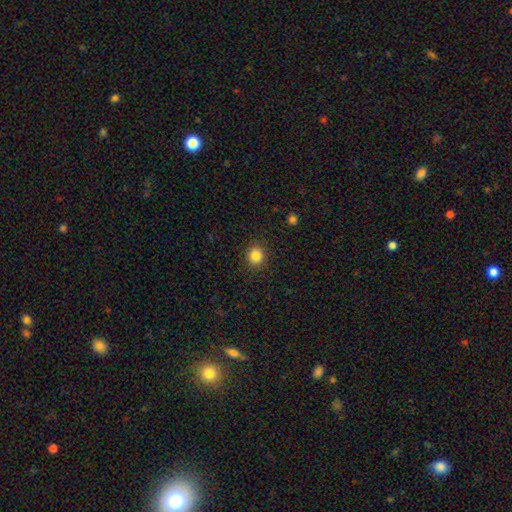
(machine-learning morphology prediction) Overall: smooth (84%). How rounded: round (81%). Merging: none (90%).